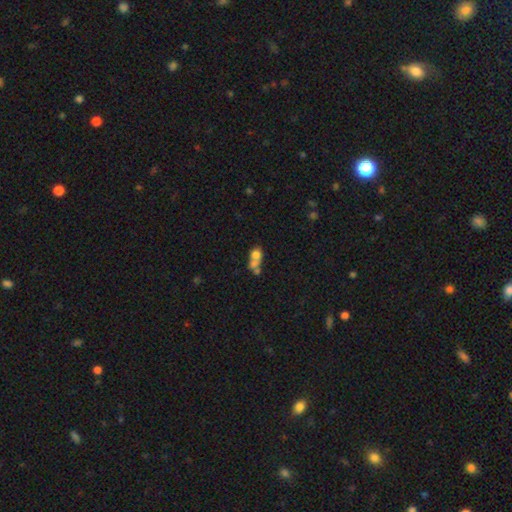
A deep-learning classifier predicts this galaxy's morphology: smooth_or_featured: smooth (p=0.64) [alt: featured or disk p=0.24]
how_rounded: round (p=0.55) [alt: in between p=0.42]
merging: merger (p=0.61) [alt: none p=0.23]